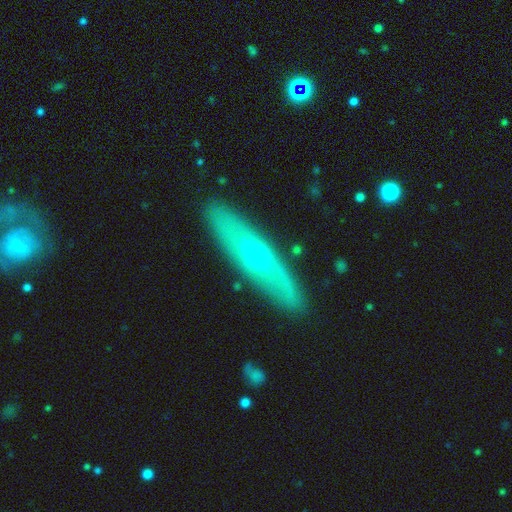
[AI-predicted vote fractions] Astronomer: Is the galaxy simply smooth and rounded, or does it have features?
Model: featured or disk — 58% (runner-up: smooth, 36%).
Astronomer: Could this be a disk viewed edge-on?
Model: yes — 51% (runner-up: no, 49%).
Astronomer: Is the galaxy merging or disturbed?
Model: none — 86%.